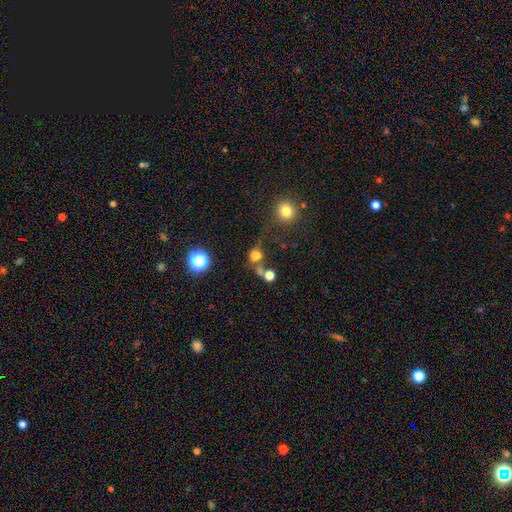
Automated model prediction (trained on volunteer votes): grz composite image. It shows a smooth galaxy with no disk features (72%) that is round (80%). Merging: none (45%).